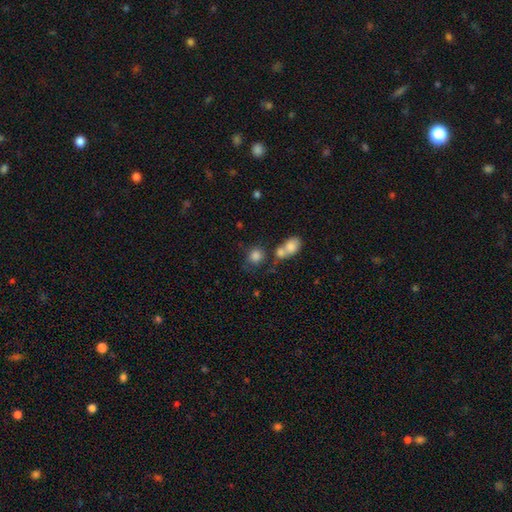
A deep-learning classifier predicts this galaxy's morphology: Overall: smooth (82%). How rounded: round (78%). Merging: none (55%; merger 29%).